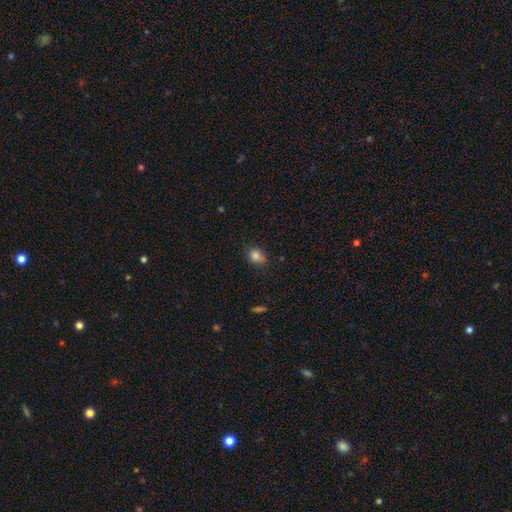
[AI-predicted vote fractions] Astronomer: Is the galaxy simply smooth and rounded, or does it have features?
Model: smooth — 84%.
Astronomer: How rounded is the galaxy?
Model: round — 60% (runner-up: in between, 39%).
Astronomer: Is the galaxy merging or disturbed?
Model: none — 72%.